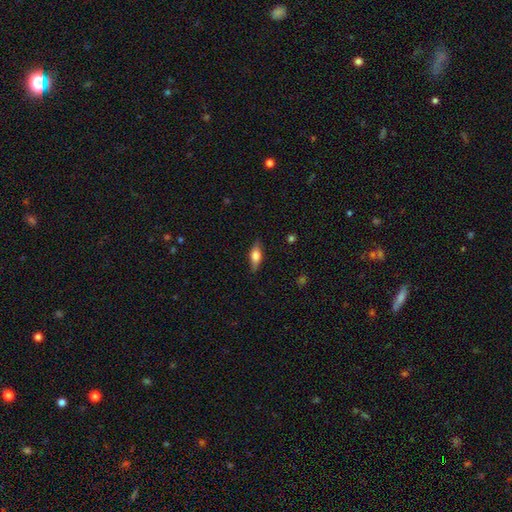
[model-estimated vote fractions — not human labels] smooth-or-featured: smooth: 65% | featured or disk: 28% | star or artifact: 7%
  how-rounded: in between: 72% | cigar-shaped: 24% | round: 4%
  merging: none: 81% | minor disturbance: 15% | major disturbance: 3% | merger: 1%